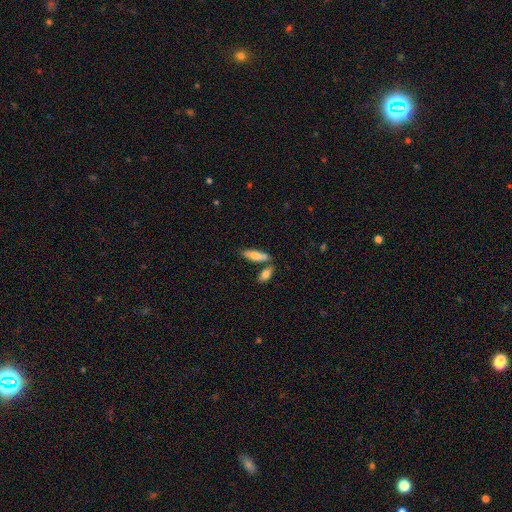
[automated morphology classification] Smooth or featured?
  - smooth: 76% *
  - featured or disk: 18%
  - star or artifact: 6%
How rounded?
  - in between: 53% *
  - cigar-shaped: 45%
  - round: 2%
Merging?
  - none: 63% *
  - merger: 22%
  - minor disturbance: 12%
  - major disturbance: 3%